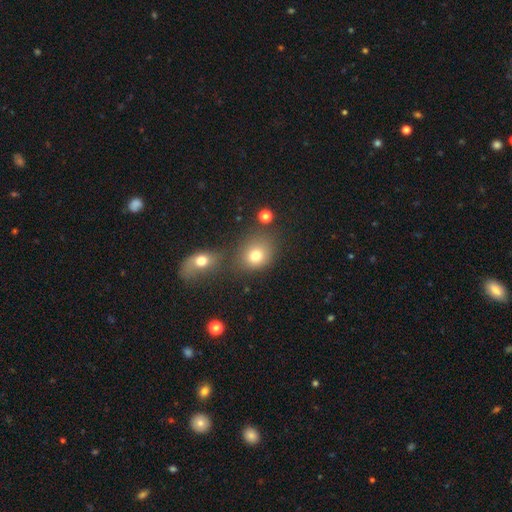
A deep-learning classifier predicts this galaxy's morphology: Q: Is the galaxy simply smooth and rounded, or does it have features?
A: smooth — 78%.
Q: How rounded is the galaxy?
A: round — 63%.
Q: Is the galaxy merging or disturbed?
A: none — 63%.